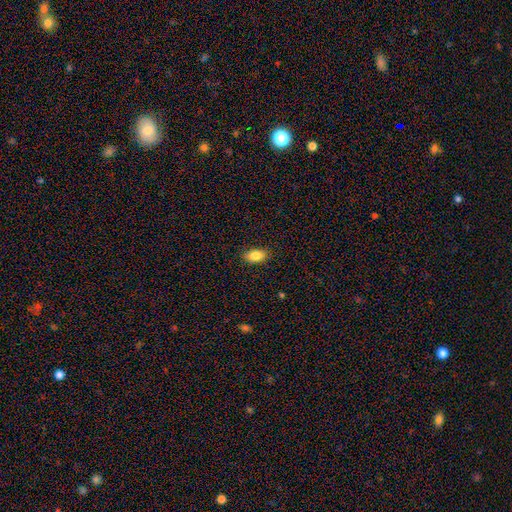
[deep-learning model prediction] smooth-or-featured: smooth: 85% | star or artifact: 8% | featured or disk: 7%
  how-rounded: in between: 91% | round: 5% | cigar-shaped: 4%
  merging: none: 87% | minor disturbance: 10% | major disturbance: 2% | merger: 1%